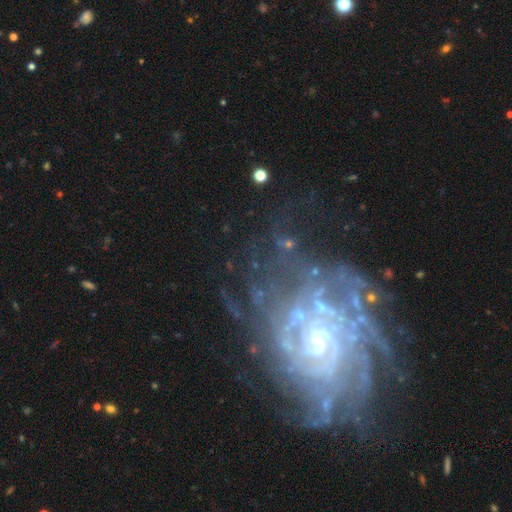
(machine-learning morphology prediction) smooth_or_featured: featured or disk (p=0.84) [alt: star or artifact p=0.10]
disk_edge_on: no (p=0.97) [alt: yes p=0.03]
bar: no (p=0.63) [alt: weak p=0.27]
has_spiral_arms: yes (p=0.92) [alt: no p=0.08]
spiral_winding: tight (p=0.71) [alt: medium p=0.22]
spiral_arm_count: can't tell (p=0.40) [alt: more than 4 p=0.18]
bulge_size: small (p=0.55) [alt: moderate p=0.32]
merging: none (p=0.60) [alt: minor disturbance p=0.18]